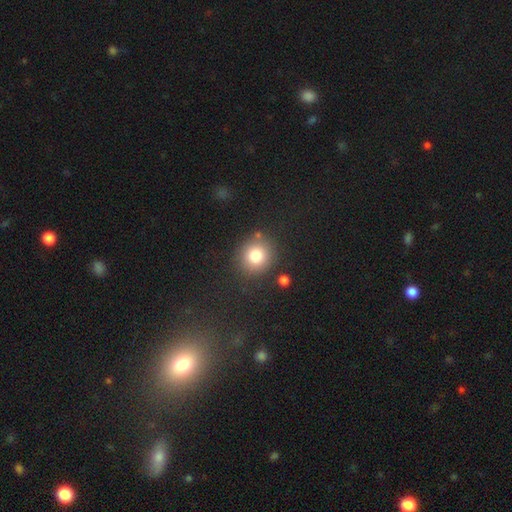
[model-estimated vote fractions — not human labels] Smooth or featured?
  - smooth: 81% *
  - star or artifact: 11%
  - featured or disk: 8%
How rounded?
  - round: 89% *
  - in between: 10%
  - cigar-shaped: 1%
Merging?
  - none: 82% *
  - minor disturbance: 9%
  - merger: 5%
  - major disturbance: 4%